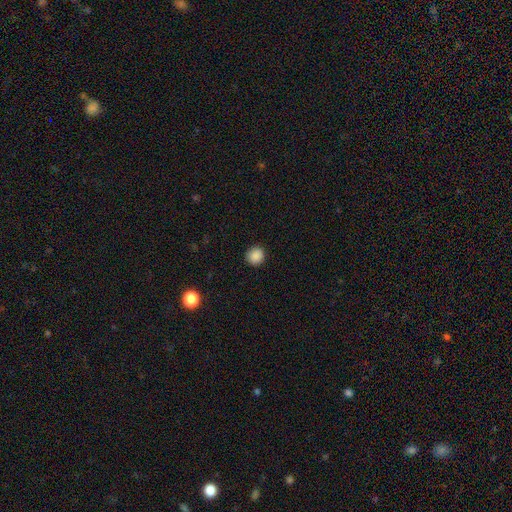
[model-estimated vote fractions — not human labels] Q: Smooth or featured?
A: smooth (88%); runner-up: star or artifact (10%)
Q: How rounded?
A: round (88%); runner-up: in between (11%)
Q: Merging?
A: none (91%); runner-up: minor disturbance (6%)